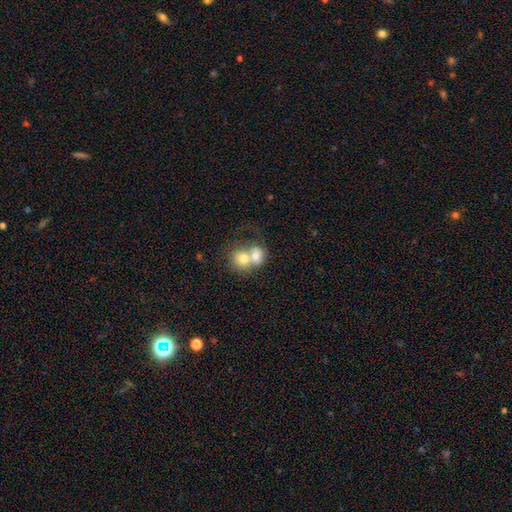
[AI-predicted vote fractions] Smooth or featured?
  - smooth: 67% *
  - featured or disk: 25%
  - star or artifact: 8%
How rounded?
  - round: 64% *
  - in between: 35%
  - cigar-shaped: 1%
Merging?
  - merger: 77% *
  - none: 14%
  - minor disturbance: 5%
  - major disturbance: 4%